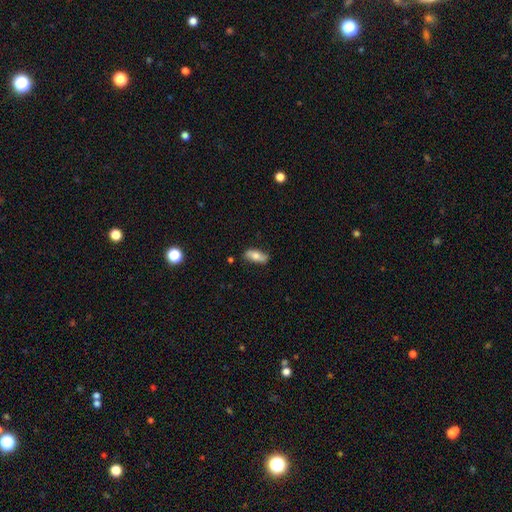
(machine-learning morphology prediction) Smooth or featured? Predicted: smooth (p=0.64). How rounded? Predicted: in between (p=0.76). Merging? Predicted: none (p=0.78).